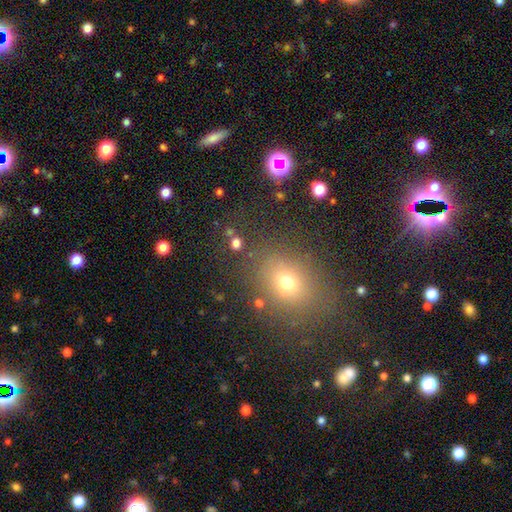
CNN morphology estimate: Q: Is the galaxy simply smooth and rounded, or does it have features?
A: smooth — 55%.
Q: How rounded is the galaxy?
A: in between — 53%.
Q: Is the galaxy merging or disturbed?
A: none — 83%.